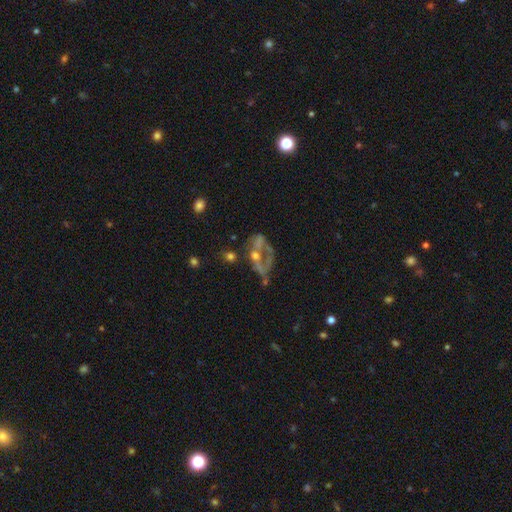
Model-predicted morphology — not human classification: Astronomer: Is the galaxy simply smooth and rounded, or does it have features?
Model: featured or disk — 56%.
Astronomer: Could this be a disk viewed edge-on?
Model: no — 97%.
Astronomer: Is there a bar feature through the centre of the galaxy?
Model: no — 87%.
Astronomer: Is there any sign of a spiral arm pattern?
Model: no — 86%.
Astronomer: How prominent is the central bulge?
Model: none — 41% (runner-up: moderate, 28%).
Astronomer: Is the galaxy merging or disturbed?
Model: major disturbance — 38% (runner-up: merger, 26%).